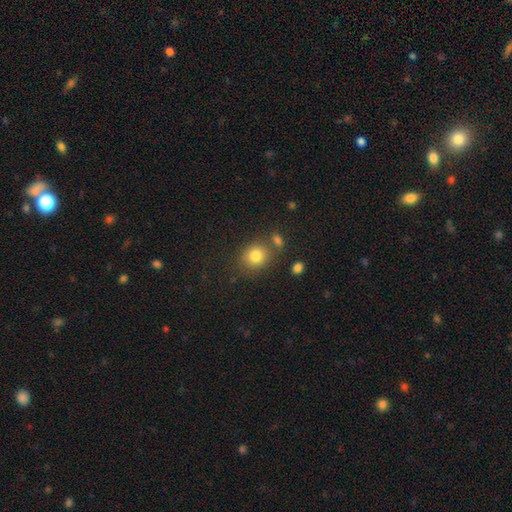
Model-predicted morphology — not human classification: The model was most divided on "how rounded": round: 72%, in between: 27%, cigar-shaped: 1%. More confident: smooth or featured — smooth (82%); merging — none (71%).